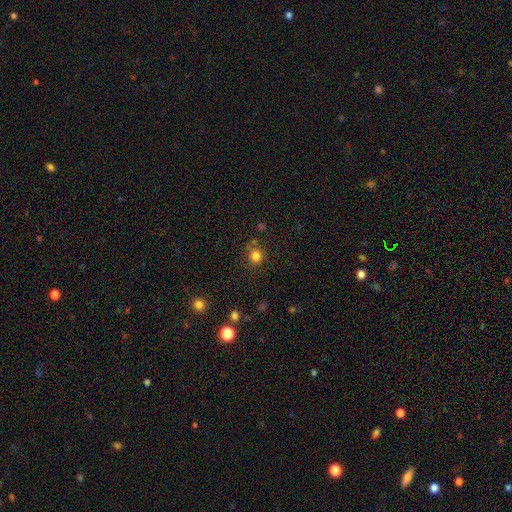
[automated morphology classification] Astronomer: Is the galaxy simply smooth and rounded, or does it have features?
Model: smooth — 81%.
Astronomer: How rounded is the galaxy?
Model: round — 87%.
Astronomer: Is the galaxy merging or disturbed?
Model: none — 75%.